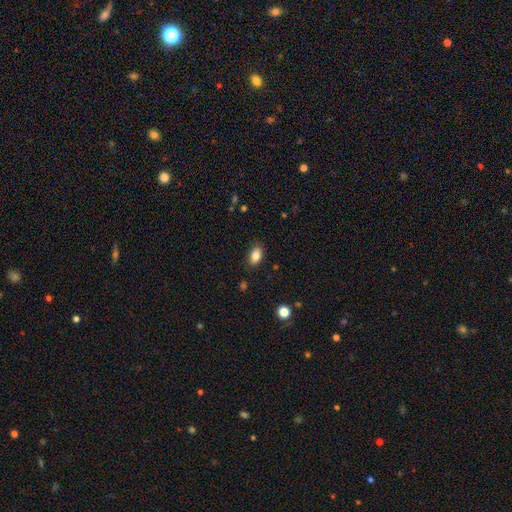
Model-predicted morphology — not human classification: Overall: smooth (84%). How rounded: in between (88%). Merging: none (85%).